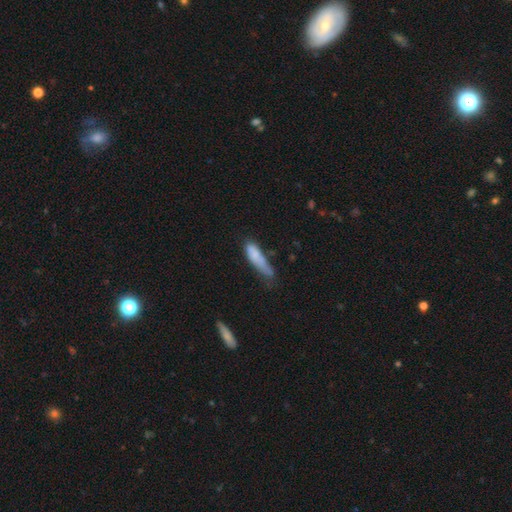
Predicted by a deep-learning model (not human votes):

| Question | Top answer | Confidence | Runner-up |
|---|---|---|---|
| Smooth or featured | smooth | 76% | featured or disk (16%) |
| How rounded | cigar-shaped | 62% | in between (36%) |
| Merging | minor disturbance | 38% | none (32%) |